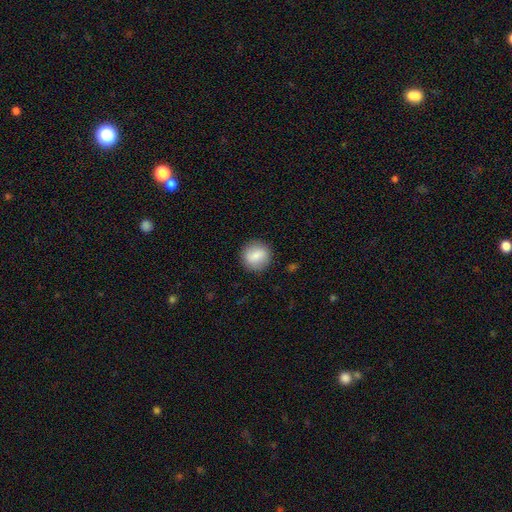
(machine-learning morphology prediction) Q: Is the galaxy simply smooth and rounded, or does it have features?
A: smooth — 82%.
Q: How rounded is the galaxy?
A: round — 90%.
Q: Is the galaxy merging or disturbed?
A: none — 89%.